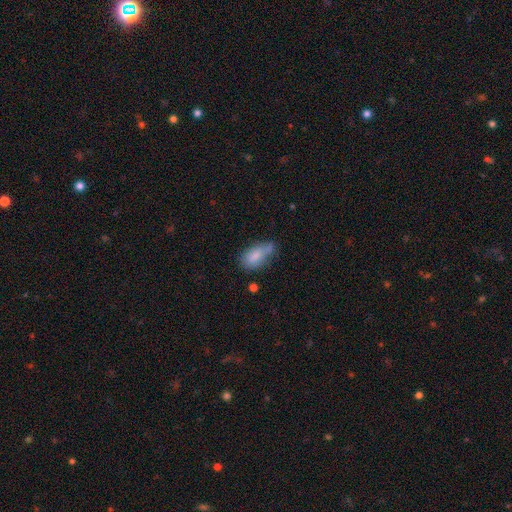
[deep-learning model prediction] Smooth or featured? smooth (78%)
How rounded? in between (89%)
Merging? none (44%)